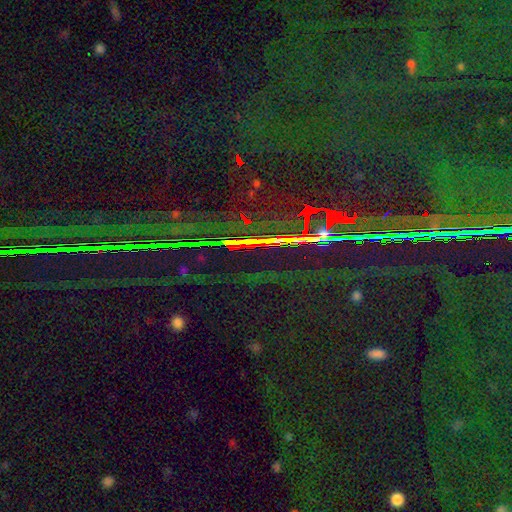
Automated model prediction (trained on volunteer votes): Smooth or featured: star or artifact — 87% (featured or disk — 7%)